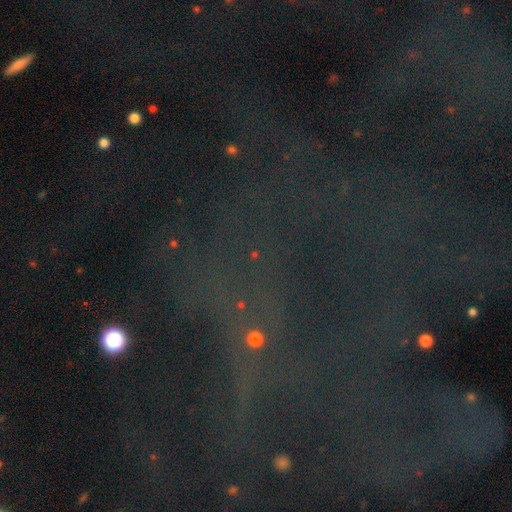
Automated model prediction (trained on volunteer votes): smooth-or-featured: star or artifact: 79% | featured or disk: 11% | smooth: 10%